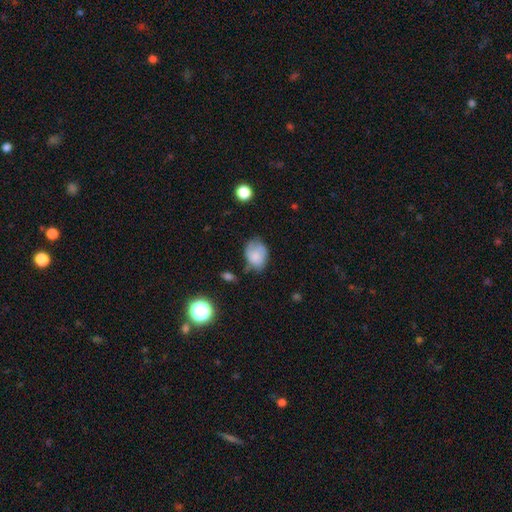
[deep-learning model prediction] Smooth or featured: smooth — 70% (featured or disk — 21%)
How rounded: in between — 69% (round — 30%)
Merging: none — 48% (minor disturbance — 35%)